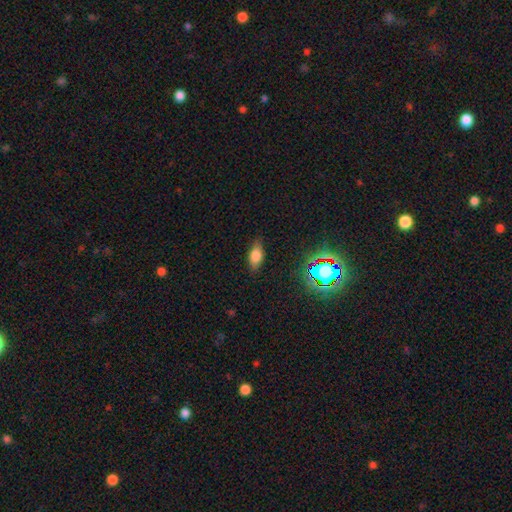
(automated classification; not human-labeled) Smooth or featured: smooth — 72% (featured or disk — 15%)
How rounded: in between — 83% (cigar-shaped — 11%)
Merging: none — 81% (minor disturbance — 15%)